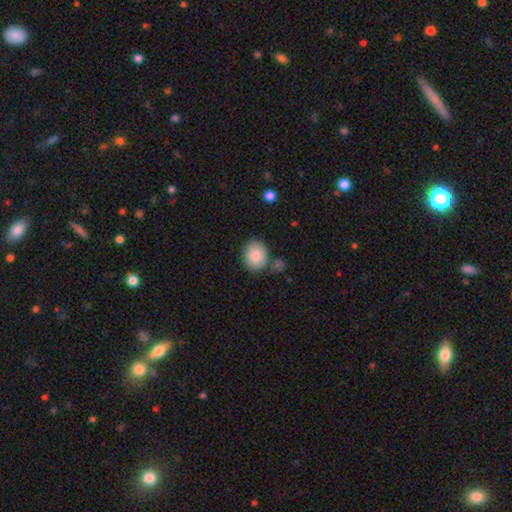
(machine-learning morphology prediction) Smooth or featured? Predicted: smooth (p=0.87). How rounded? Predicted: round (p=0.55). Merging? Predicted: none (p=0.71).